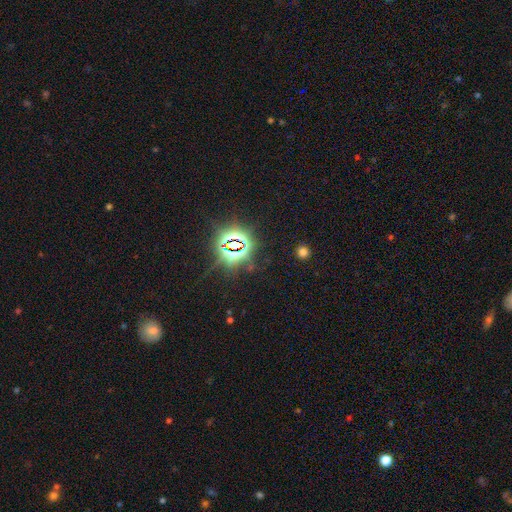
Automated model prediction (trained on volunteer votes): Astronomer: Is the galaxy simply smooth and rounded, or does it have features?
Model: star or artifact — 83%.